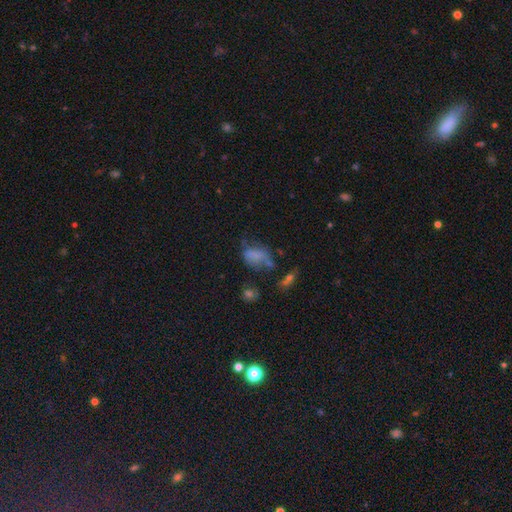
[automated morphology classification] This appears to be a smooth galaxy with no disk features (58%) that is in between round and cigar-shaped (79%). Merging: none (32%).